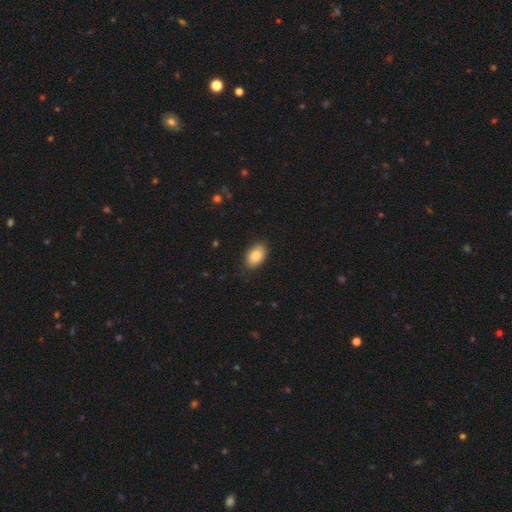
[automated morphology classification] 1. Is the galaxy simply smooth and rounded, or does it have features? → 86% smooth, 7% featured or disk, 7% star or artifact.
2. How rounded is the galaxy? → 90% in between, 9% round, 1% cigar-shaped.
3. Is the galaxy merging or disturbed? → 86% none, 11% minor disturbance, 2% major disturbance, 1% merger.